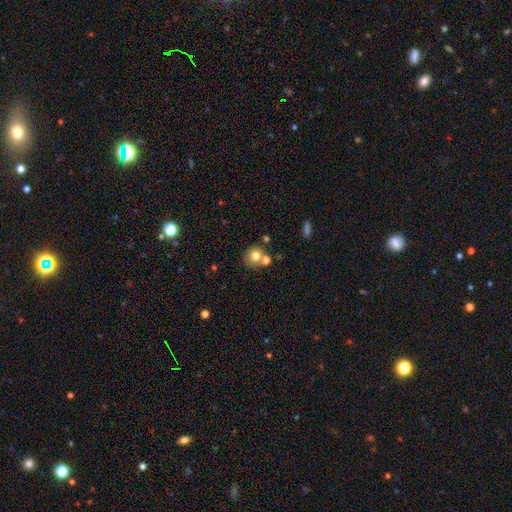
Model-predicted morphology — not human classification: smooth-or-featured: smooth: 75% | featured or disk: 13% | star or artifact: 12%
  how-rounded: round: 82% | in between: 17% | cigar-shaped: 1%
  merging: none: 58% | merger: 28% | minor disturbance: 10% | major disturbance: 4%